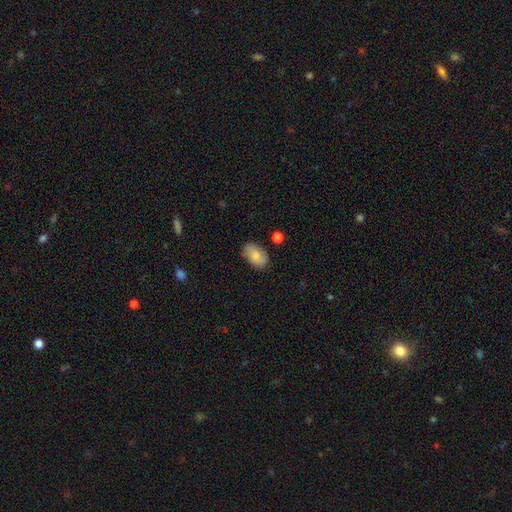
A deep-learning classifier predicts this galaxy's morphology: type=smooth (84%); roundness=in between (92%); merging=none (78%).